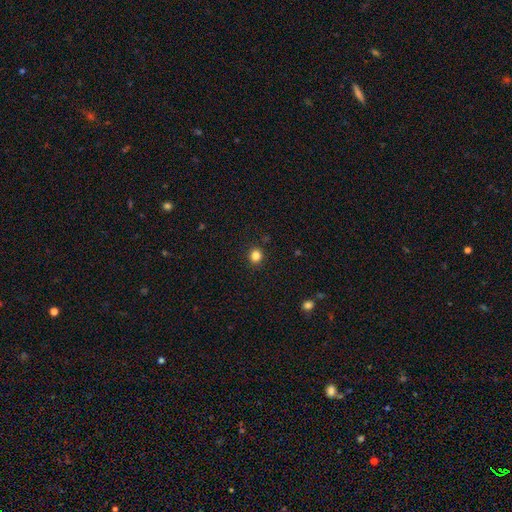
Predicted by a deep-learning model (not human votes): Q: Smooth or featured?
A: smooth (84%); runner-up: star or artifact (12%)
Q: How rounded?
A: round (84%); runner-up: in between (15%)
Q: Merging?
A: none (91%); runner-up: minor disturbance (6%)